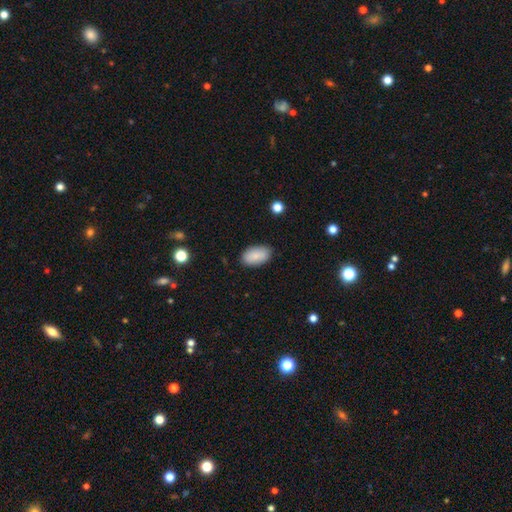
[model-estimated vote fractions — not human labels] smooth_or_featured: smooth (p=0.86) [alt: featured or disk p=0.07]
how_rounded: in between (p=0.94) [alt: round p=0.04]
merging: none (p=0.85) [alt: minor disturbance p=0.12]